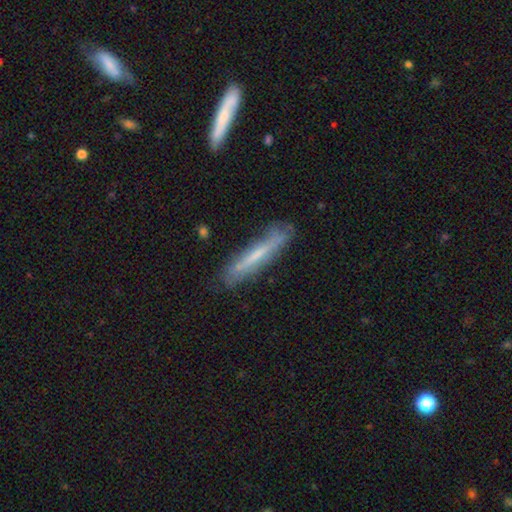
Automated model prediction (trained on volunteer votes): A smooth galaxy with no disk features (49%).

Vote fractions:
- Smooth or featured? smooth: 49% / featured or disk: 44% / star or artifact: 7%
- Merging? none: 77% / minor disturbance: 17% / major disturbance: 4% / merger: 2%